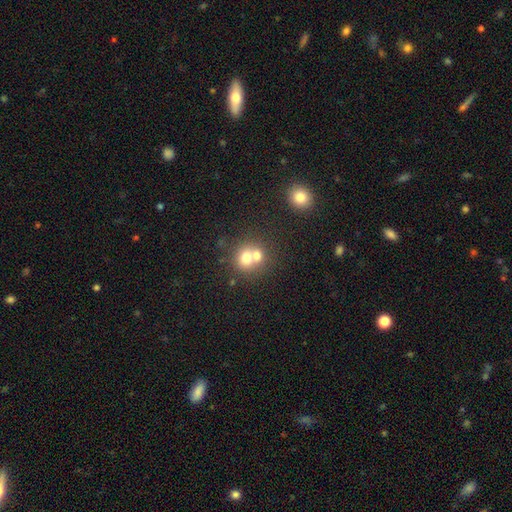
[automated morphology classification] smooth 65%, star or artifact 18%, featured or disk 17%. Down the decision tree: how rounded — round (82%); merging — merger (51%).